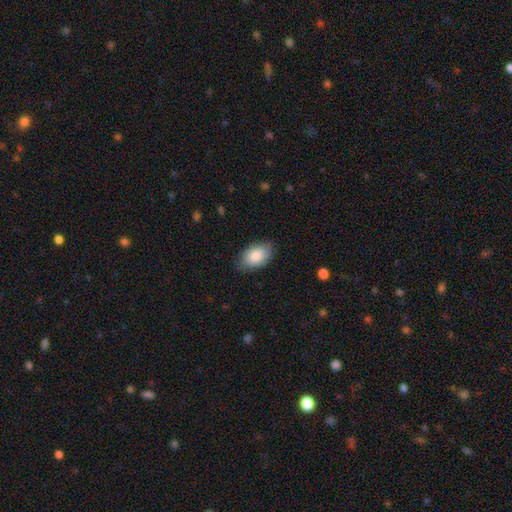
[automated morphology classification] Q: Smooth or featured?
A: smooth (86%); runner-up: featured or disk (8%)
Q: How rounded?
A: in between (91%); runner-up: round (7%)
Q: Merging?
A: none (79%); runner-up: minor disturbance (16%)